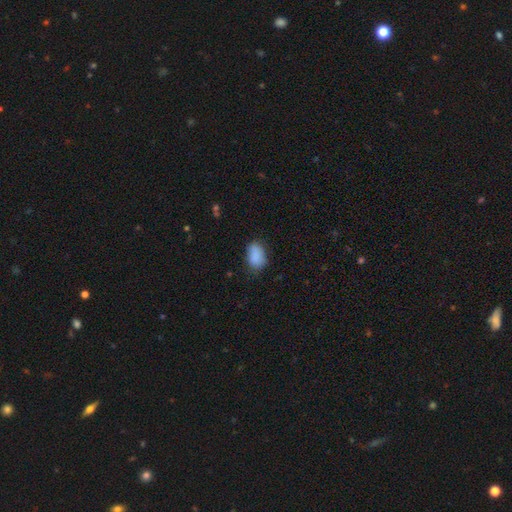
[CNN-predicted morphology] Overall: smooth (86%). How rounded: in between (88%). Merging: none (67%).